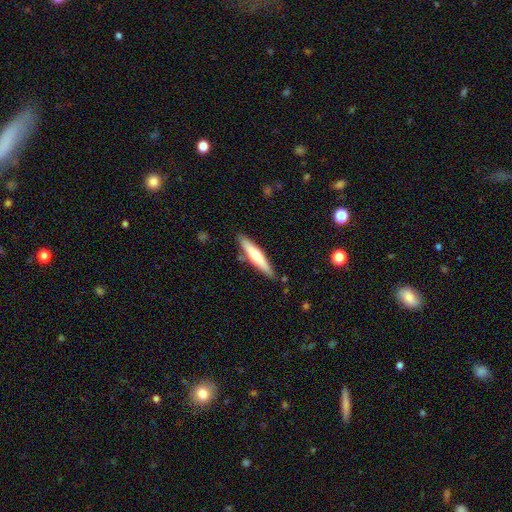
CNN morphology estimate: smooth 50%, featured or disk 44%, star or artifact 5%. Down the decision tree: how rounded — cigar-shaped (88%); merging — none (84%).